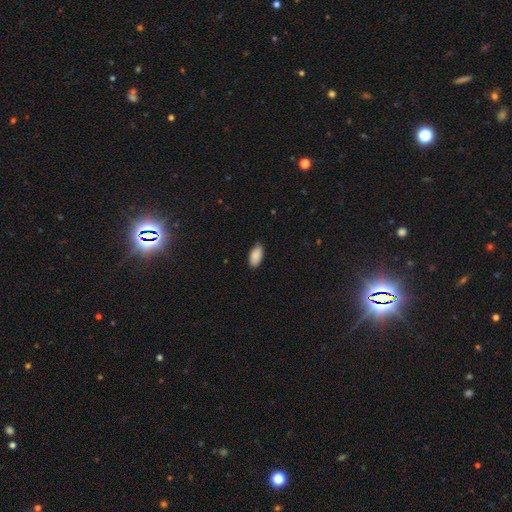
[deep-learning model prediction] smooth-or-featured: smooth: 90% | star or artifact: 6% | featured or disk: 4%
  how-rounded: in between: 93% | cigar-shaped: 5% | round: 2%
  merging: none: 84% | minor disturbance: 13% | major disturbance: 2% | merger: 1%